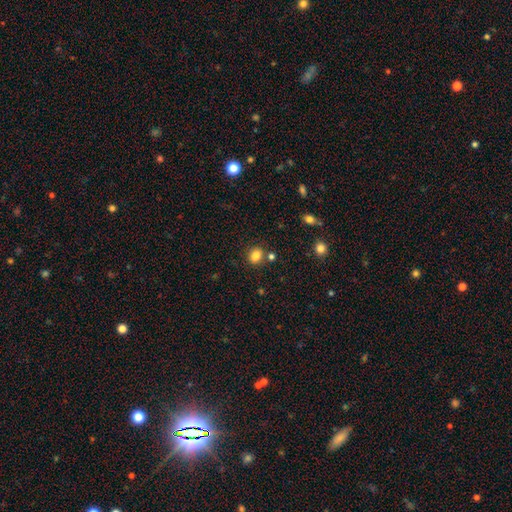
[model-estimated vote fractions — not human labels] This is clearly a smooth galaxy (83%). How rounded: possibly round (50%). Merging: likely none (75%).